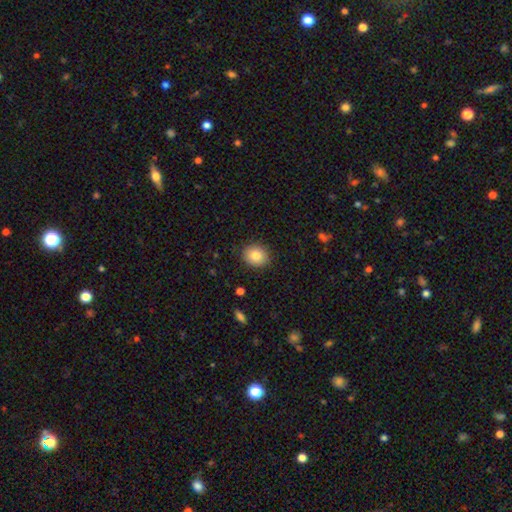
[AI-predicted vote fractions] smooth-or-featured: smooth: 81% | star or artifact: 10% | featured or disk: 9%
  how-rounded: round: 70% | in between: 29% | cigar-shaped: 1%
  merging: none: 89% | minor disturbance: 8% | major disturbance: 2% | merger: 1%